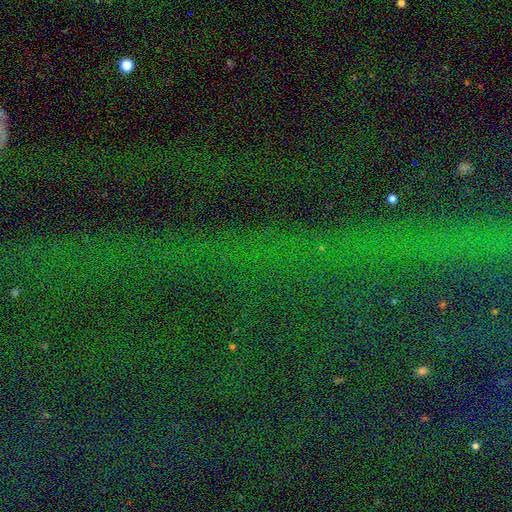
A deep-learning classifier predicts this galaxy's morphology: Q: Smooth or featured?
A: star or artifact (83%); runner-up: featured or disk (9%)